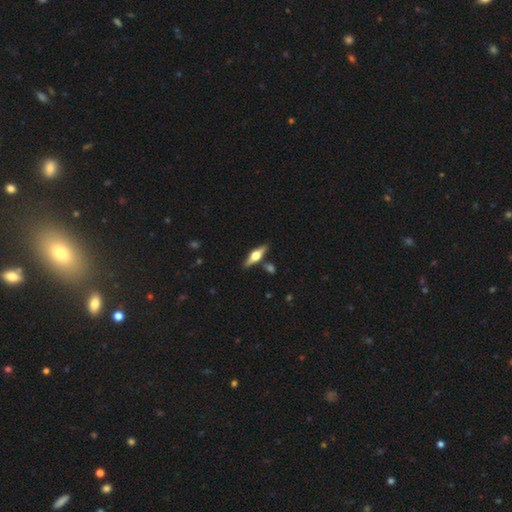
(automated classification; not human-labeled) Smooth or featured?
  - featured or disk: 69% *
  - smooth: 25%
  - star or artifact: 6%
Edge-on disk?
  - yes: 96% *
  - no: 4%
Edge-on bulge?
  - rounded: 95% *
  - boxy: 3%
  - none: 1%
Merging?
  - none: 83% *
  - minor disturbance: 9%
  - merger: 5%
  - major disturbance: 2%